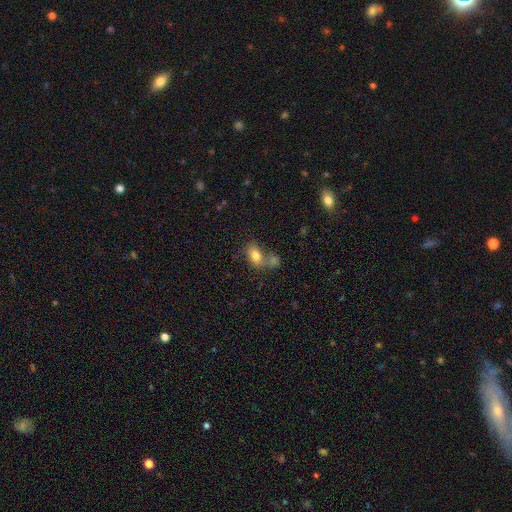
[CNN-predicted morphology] Smooth or featured? Predicted: smooth (p=0.78). How rounded? Predicted: in between (p=0.82). Merging? Predicted: merger (p=0.50).